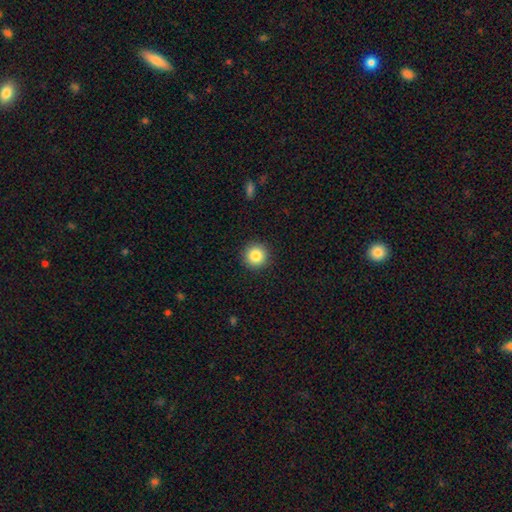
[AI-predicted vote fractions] smooth-or-featured: smooth: 85% | star or artifact: 10% | featured or disk: 5%
  how-rounded: round: 95% | in between: 4% | cigar-shaped: 1%
  merging: none: 92% | minor disturbance: 5% | major disturbance: 2% | merger: 1%